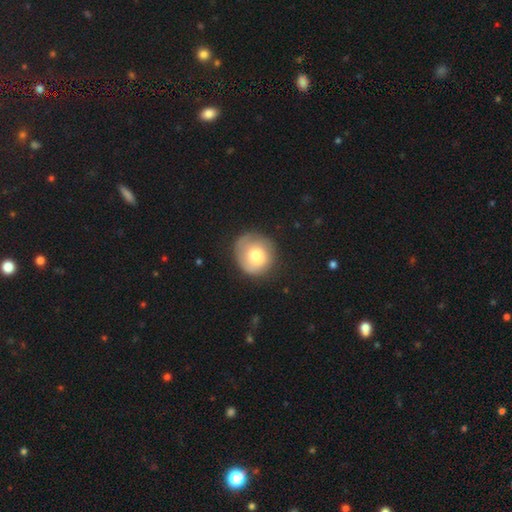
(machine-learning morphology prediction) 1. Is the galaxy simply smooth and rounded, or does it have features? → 68% smooth, 24% featured or disk, 8% star or artifact.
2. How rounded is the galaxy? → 87% round, 12% in between, 1% cigar-shaped.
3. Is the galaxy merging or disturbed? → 67% none, 22% minor disturbance, 9% major disturbance, 3% merger.